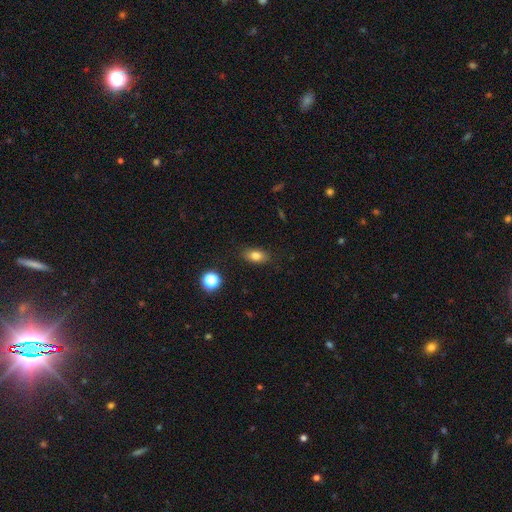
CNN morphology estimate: smooth-or-featured: smooth: 80% | star or artifact: 11% | featured or disk: 9%
  how-rounded: in between: 83% | round: 12% | cigar-shaped: 5%
  merging: none: 86% | minor disturbance: 10% | major disturbance: 3% | merger: 1%